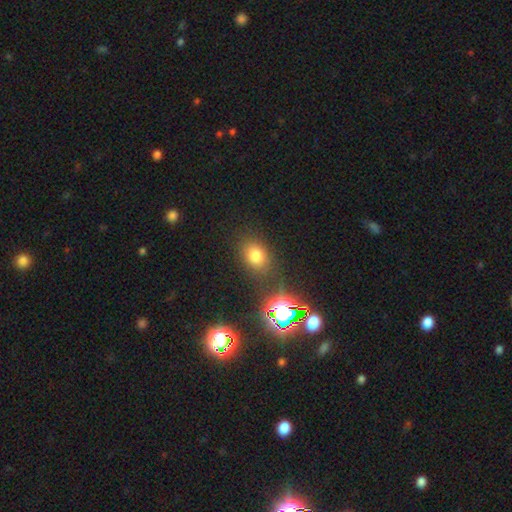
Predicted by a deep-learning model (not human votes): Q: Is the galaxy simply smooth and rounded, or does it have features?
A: smooth — 70%.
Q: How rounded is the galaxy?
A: in between — 60%.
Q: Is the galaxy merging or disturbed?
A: none — 79%.